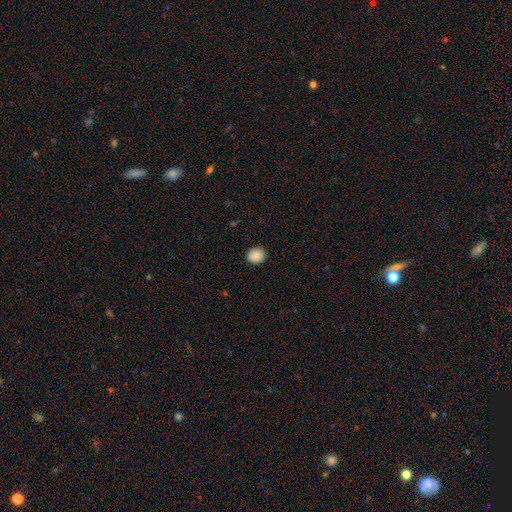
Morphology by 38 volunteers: This appears to be a smooth galaxy with no disk features (82%) that is round (58%). Merging: none (91%).